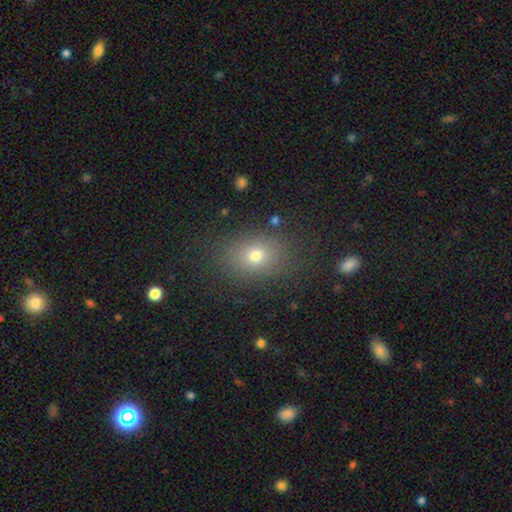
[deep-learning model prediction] Smooth or featured: smooth — 71% (star or artifact — 16%)
How rounded: in between — 59% (round — 40%)
Merging: none — 82% (minor disturbance — 11%)